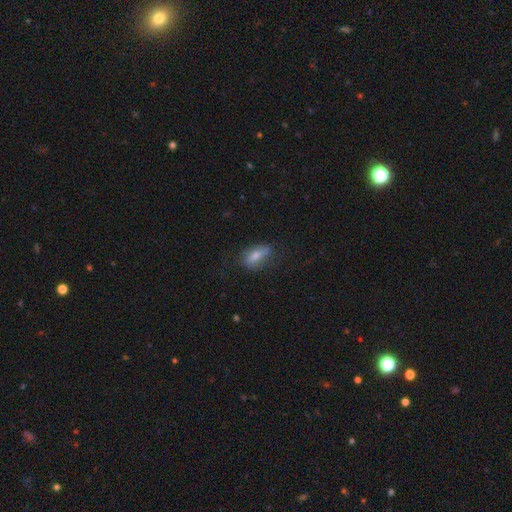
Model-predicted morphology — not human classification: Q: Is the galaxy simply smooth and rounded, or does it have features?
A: smooth — 69%.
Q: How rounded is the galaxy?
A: in between — 78%.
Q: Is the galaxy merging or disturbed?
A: none — 67%.